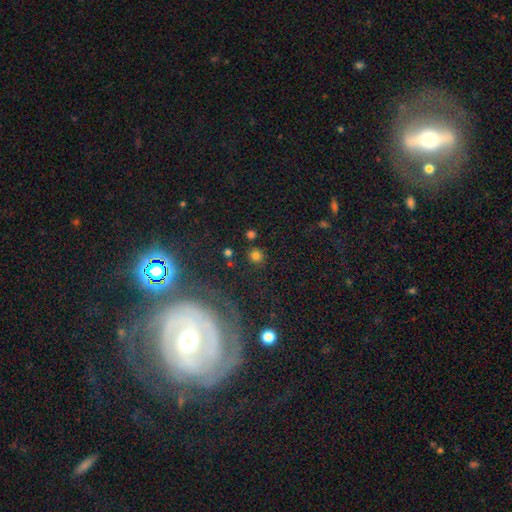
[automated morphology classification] Smooth or featured? smooth (77%)
How rounded? round (89%)
Merging? none (85%)